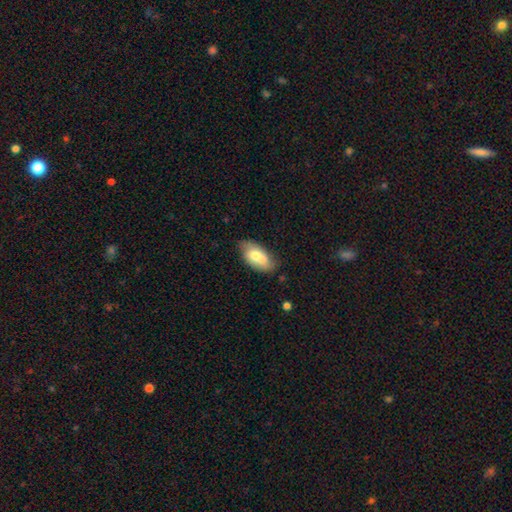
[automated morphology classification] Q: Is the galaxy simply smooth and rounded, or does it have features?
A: smooth — 66%.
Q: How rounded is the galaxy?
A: in between — 92%.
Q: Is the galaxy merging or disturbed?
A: none — 66%.